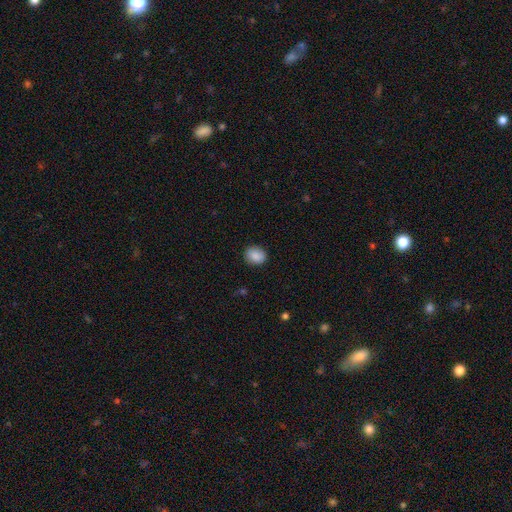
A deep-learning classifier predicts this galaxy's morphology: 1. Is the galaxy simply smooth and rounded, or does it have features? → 87% smooth, 8% star or artifact, 5% featured or disk.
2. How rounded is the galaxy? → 60% round, 39% in between, 1% cigar-shaped.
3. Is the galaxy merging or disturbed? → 88% none, 9% minor disturbance, 2% major disturbance, 1% merger.